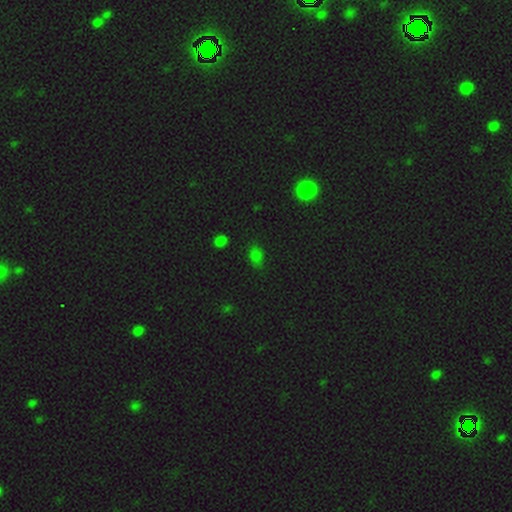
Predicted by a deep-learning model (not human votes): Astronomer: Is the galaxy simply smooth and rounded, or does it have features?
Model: smooth — 70%.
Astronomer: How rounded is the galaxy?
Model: in between — 69%.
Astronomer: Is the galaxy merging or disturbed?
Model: none — 75%.